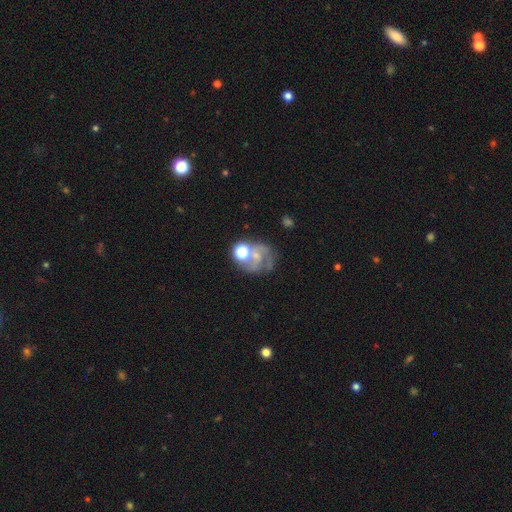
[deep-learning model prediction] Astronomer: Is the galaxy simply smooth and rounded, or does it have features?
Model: featured or disk — 50% (runner-up: smooth, 32%).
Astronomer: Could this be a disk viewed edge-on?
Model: no — 98%.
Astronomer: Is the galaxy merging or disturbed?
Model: none — 40% (runner-up: major disturbance, 23%).